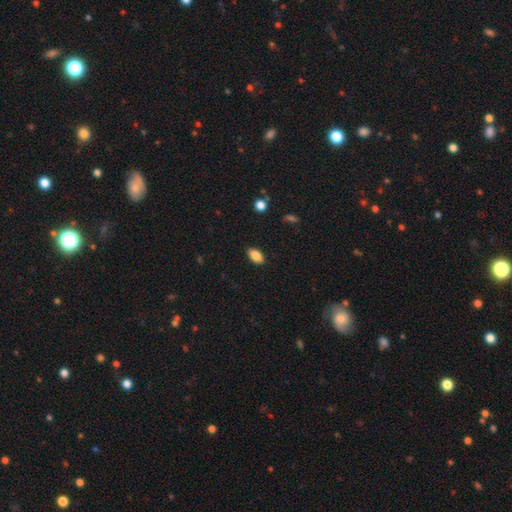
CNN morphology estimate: Q: Smooth or featured?
A: smooth (86%); runner-up: star or artifact (8%)
Q: How rounded?
A: in between (92%); runner-up: round (4%)
Q: Merging?
A: none (88%); runner-up: minor disturbance (9%)